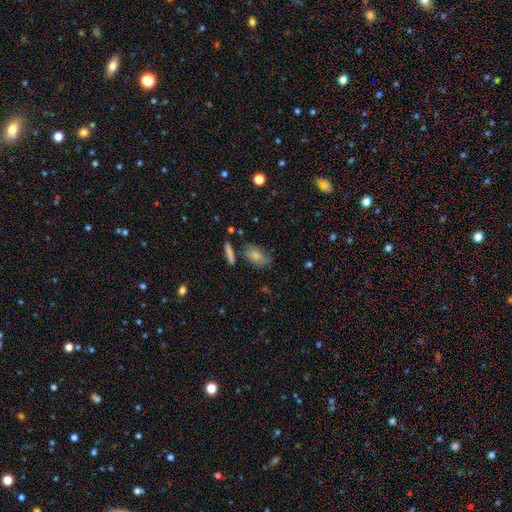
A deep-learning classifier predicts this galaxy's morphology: Smooth or featured: smooth — 72% (featured or disk — 20%)
How rounded: in between — 85% (round — 8%)
Merging: none — 61% (minor disturbance — 23%)